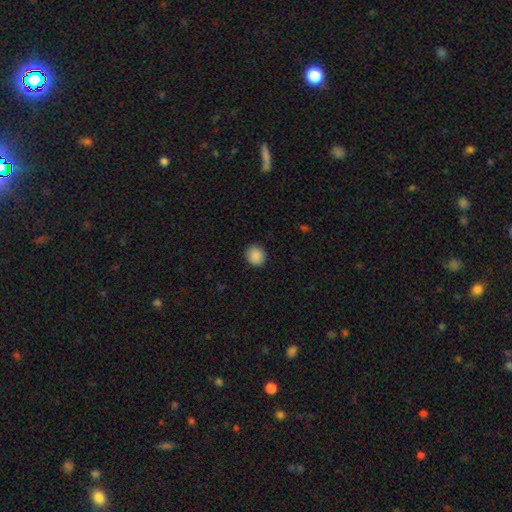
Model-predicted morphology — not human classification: The model was most divided on "how rounded": round: 86%, in between: 13%, cigar-shaped: 1%. More confident: merging — none (90%); smooth or featured — smooth (89%).